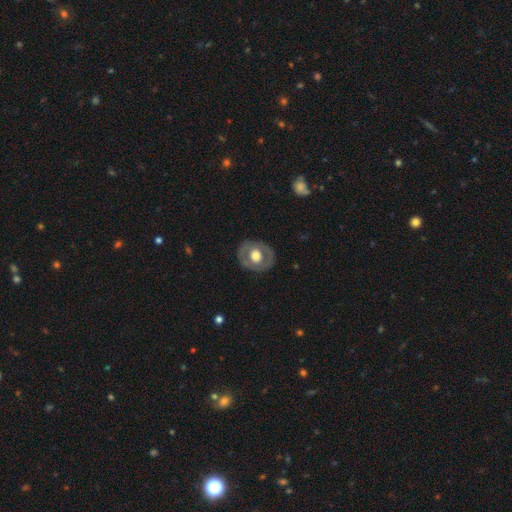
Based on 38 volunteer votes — A featured or disk galaxy (47%) with no bar (88%), no spiral arms (100%) and a large central bulge (71%). Merging: none (89%).